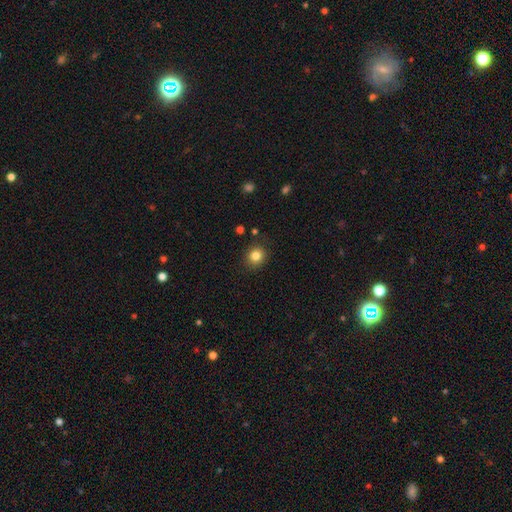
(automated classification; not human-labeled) Smooth or featured: smooth — 83% (star or artifact — 11%)
How rounded: round — 82% (in between — 18%)
Merging: none — 88% (minor disturbance — 8%)